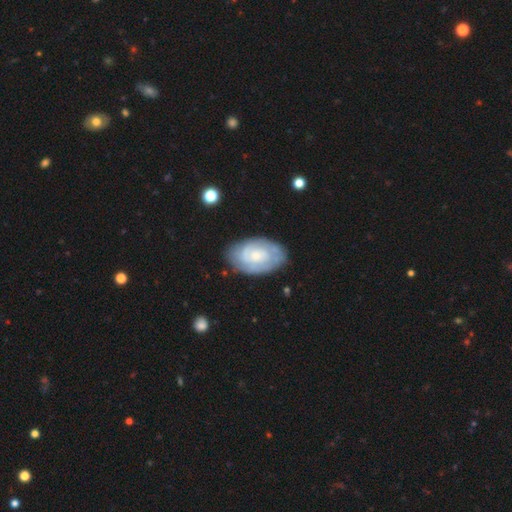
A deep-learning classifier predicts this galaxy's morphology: Q: Smooth or featured?
A: featured or disk (68%); runner-up: smooth (26%)
Q: Edge-on disk?
A: no (96%); runner-up: yes (4%)
Q: Bar?
A: no (70%); runner-up: weak (26%)
Q: Spiral arms?
A: yes (84%); runner-up: no (16%)
Q: Spiral winding?
A: tight (67%); runner-up: medium (25%)
Q: Spiral arm count?
A: can't tell (48%); runner-up: 2 (31%)
Q: Bulge size?
A: small (56%); runner-up: moderate (32%)
Q: Merging?
A: none (76%); runner-up: minor disturbance (17%)